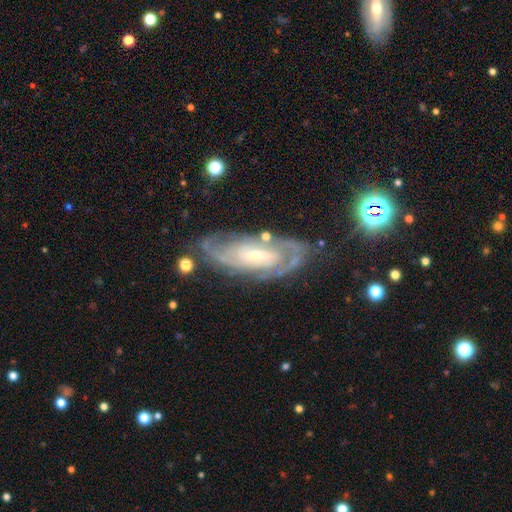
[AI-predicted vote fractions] Smooth or featured? Predicted: featured or disk (p=0.87). Edge-on disk? Predicted: no (p=0.92). Bar? Predicted: no (p=0.45). Spiral arms? Predicted: yes (p=0.96). Spiral winding? Predicted: tight (p=0.66). Spiral arm count? Predicted: 2 (p=0.44). Bulge size? Predicted: small (p=0.62). Merging? Predicted: none (p=0.73).